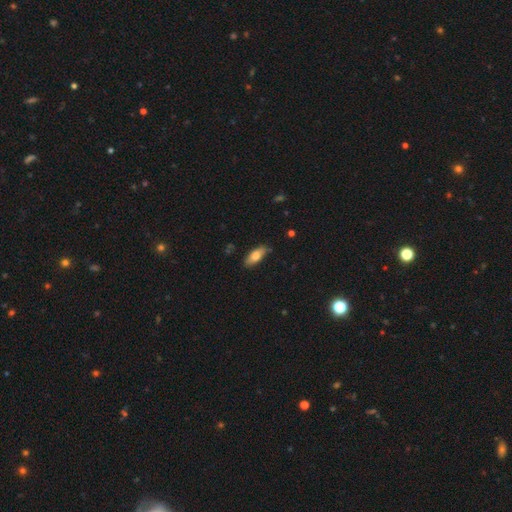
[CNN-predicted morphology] This is likely a smooth galaxy (76%). How rounded: likely in between (74%). Merging: likely none (79%).